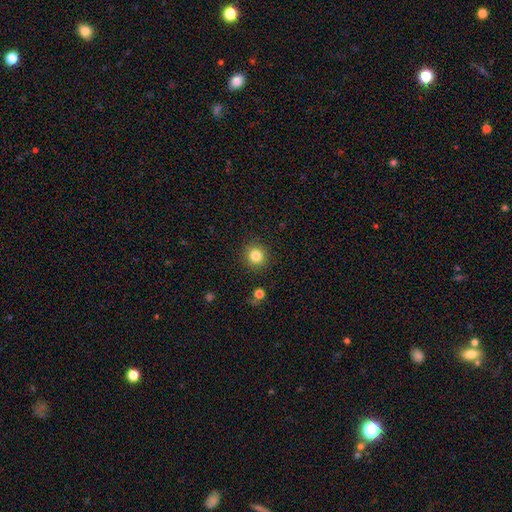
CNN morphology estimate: The model was most divided on "smooth or featured": smooth: 82%, star or artifact: 12%, featured or disk: 6%. More confident: how rounded — round (92%); merging — none (90%).